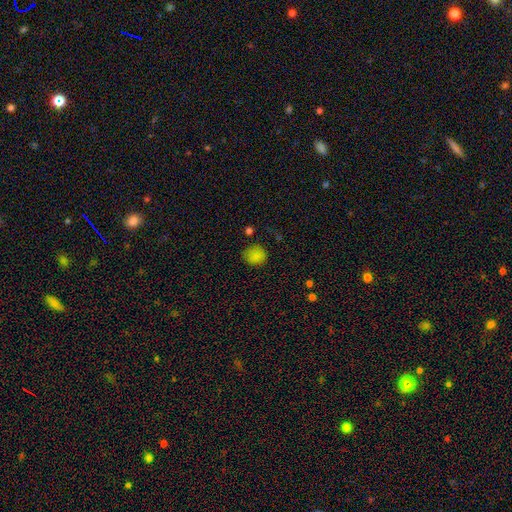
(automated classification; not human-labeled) This is clearly a smooth galaxy (82%). How rounded: clearly round (81%). Merging: likely none (79%).